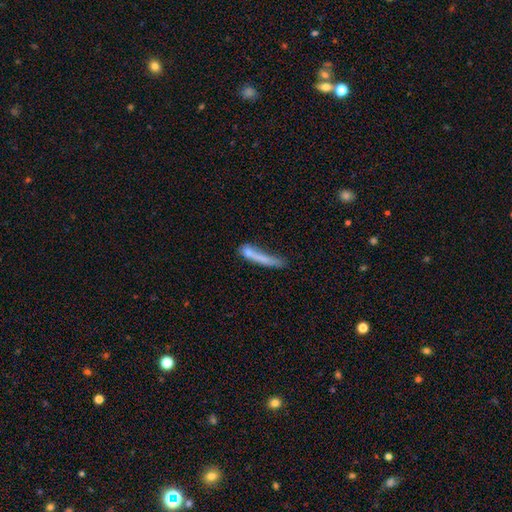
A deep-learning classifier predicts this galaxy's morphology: This appears to be a smooth galaxy with no disk features (64%) that is cigar-shaped (91%). Merging: none (42%).